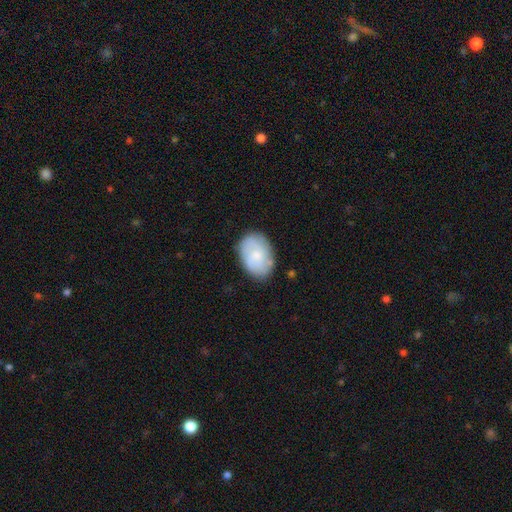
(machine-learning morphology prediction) Smooth or featured? smooth (60%)
How rounded? in between (81%)
Merging? none (77%)